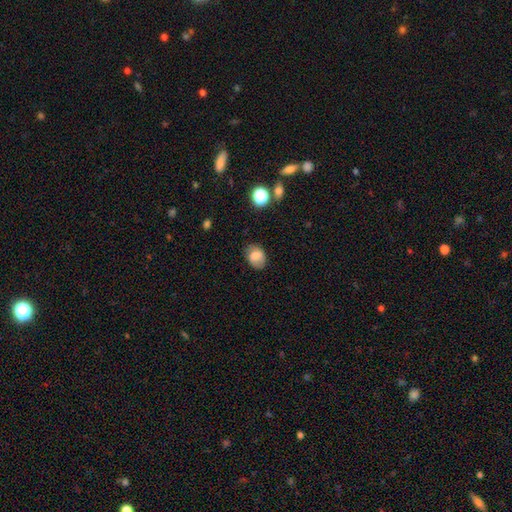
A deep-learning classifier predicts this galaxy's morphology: Smooth or featured? Predicted: smooth (p=0.76). How rounded? Predicted: in between (p=0.67). Merging? Predicted: none (p=0.69).